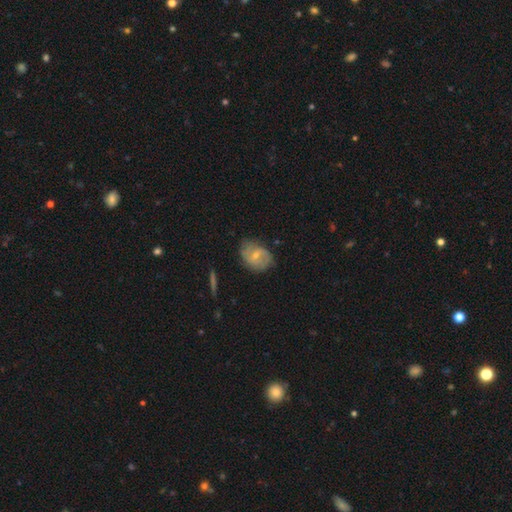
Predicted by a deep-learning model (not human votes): A featured or disk galaxy (54%) with a weak bar (49%), spiral arms (75%) and a small central bulge (57%). Merging: none (64%).